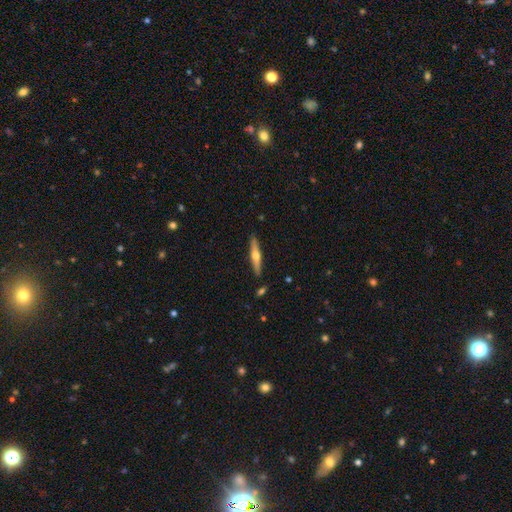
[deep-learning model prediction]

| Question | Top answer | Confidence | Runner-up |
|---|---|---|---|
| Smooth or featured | featured or disk | 56% | smooth (38%) |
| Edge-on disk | yes | 95% | no (5%) |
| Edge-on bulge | rounded | 91% | none (6%) |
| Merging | none | 89% | minor disturbance (7%) |